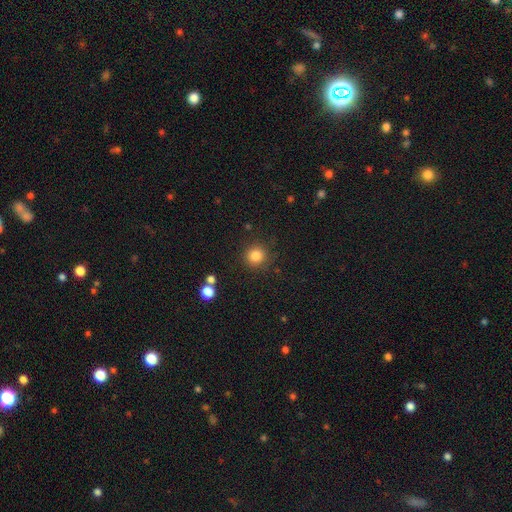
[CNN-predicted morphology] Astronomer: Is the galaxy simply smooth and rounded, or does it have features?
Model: smooth — 83%.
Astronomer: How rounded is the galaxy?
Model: round — 91%.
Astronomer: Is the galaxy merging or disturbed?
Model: none — 87%.